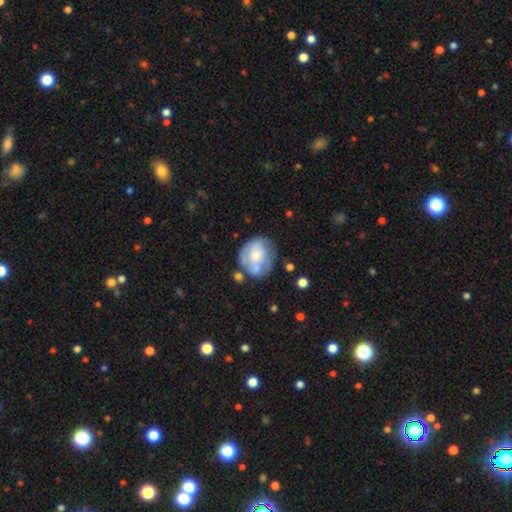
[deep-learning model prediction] smooth-or-featured: smooth: 48% | featured or disk: 44% | star or artifact: 7%
  merging: none: 48% | minor disturbance: 24% | major disturbance: 14% | merger: 14%